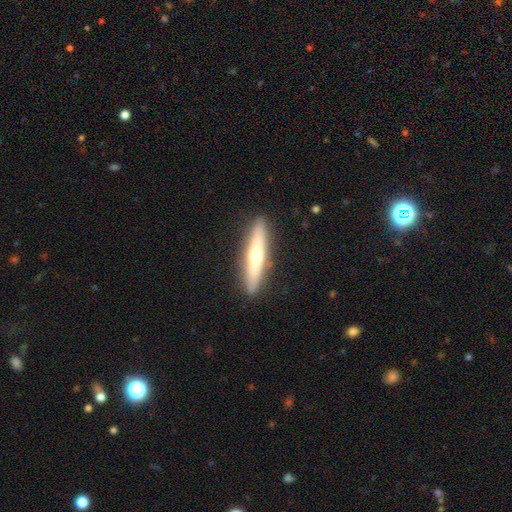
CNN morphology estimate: Smooth or featured?
  - featured or disk: 49% *
  - smooth: 45%
  - star or artifact: 6%
Merging?
  - none: 90% *
  - minor disturbance: 7%
  - major disturbance: 2%
  - merger: 1%